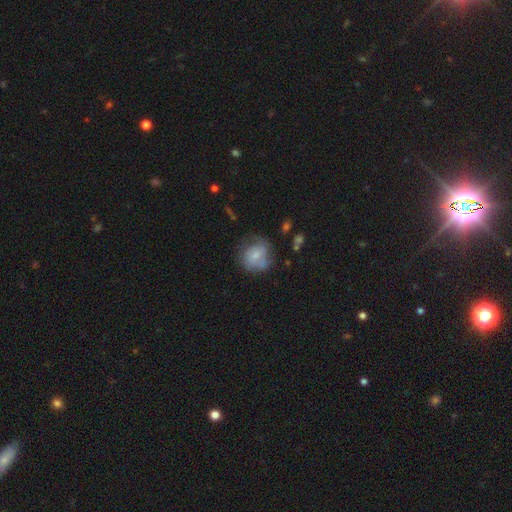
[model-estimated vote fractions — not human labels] smooth-or-featured: smooth: 60% | featured or disk: 32% | star or artifact: 8%
  how-rounded: round: 72% | in between: 27% | cigar-shaped: 1%
  merging: none: 46% | minor disturbance: 28% | major disturbance: 20% | merger: 6%